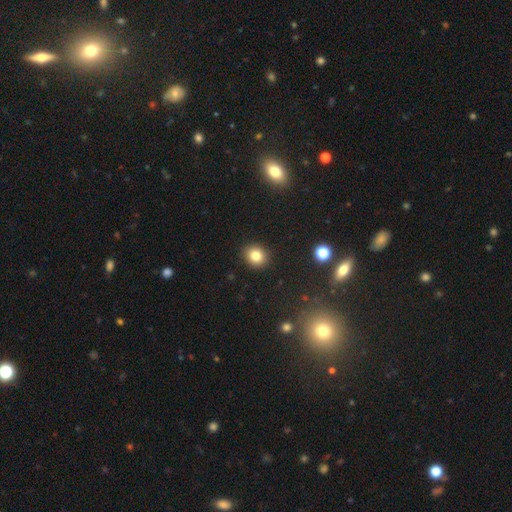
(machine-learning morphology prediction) This appears to be a smooth galaxy with no disk features (81%) that is round (68%). Merging: none (90%).